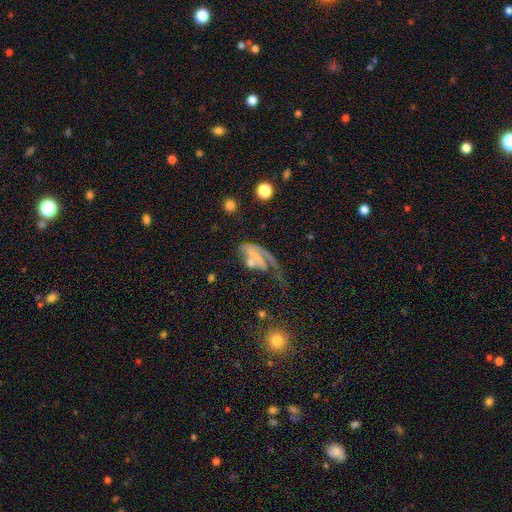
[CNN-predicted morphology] featured or disk 56%, smooth 32%, star or artifact 12%. Down the decision tree: edge-on disk — no (92%); bar — no (61%); spiral arms — yes (64%); bulge size — small (49%); merging — major disturbance (35%).